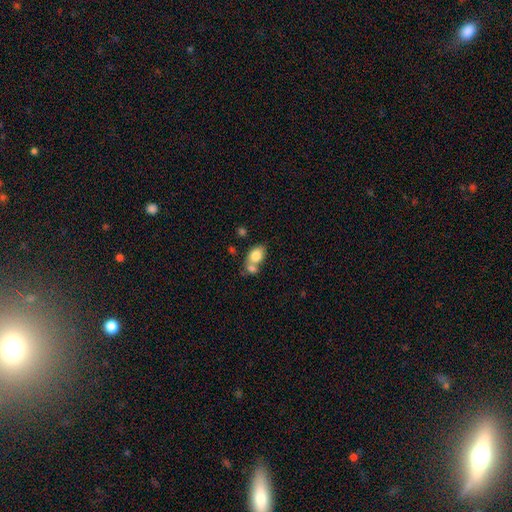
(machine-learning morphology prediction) This is likely a smooth galaxy (79%). How rounded: likely in between (76%). Merging: possibly merger (52%).